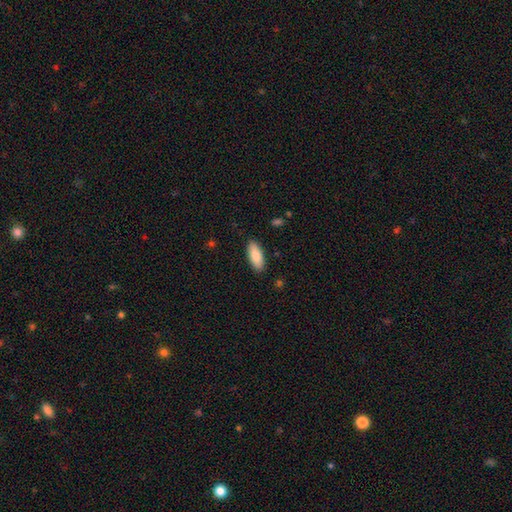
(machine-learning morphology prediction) A smooth galaxy with no disk features (86%) that is in between round and cigar-shaped (75%).

Vote fractions:
- Smooth or featured? smooth: 86% / featured or disk: 8% / star or artifact: 6%
- How rounded? in between: 75% / cigar-shaped: 23% / round: 2%
- Merging? none: 89% / minor disturbance: 8% / major disturbance: 2% / merger: 1%